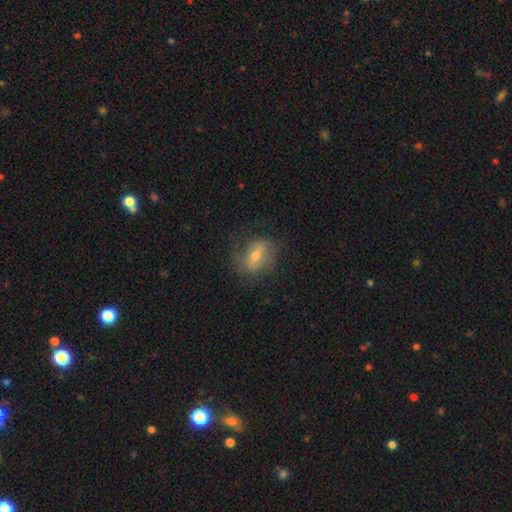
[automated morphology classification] smooth_or_featured: featured or disk (p=0.49) [alt: smooth p=0.42]
merging: none (p=0.67) [alt: minor disturbance p=0.19]